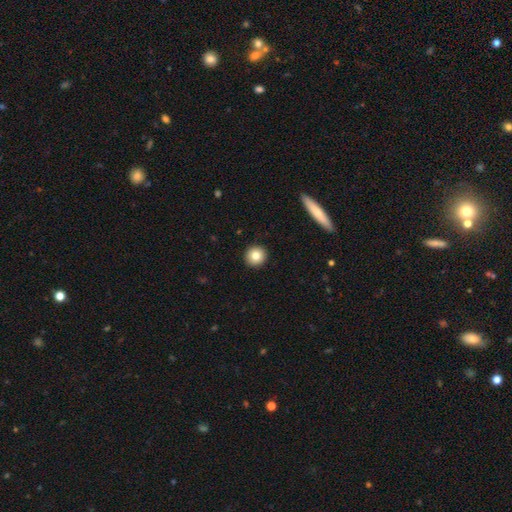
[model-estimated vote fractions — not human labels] A smooth galaxy with no disk features (83%) that is round (94%). Merging: none (93%).